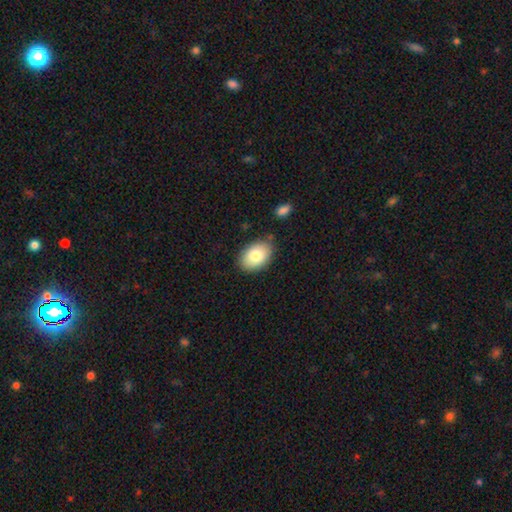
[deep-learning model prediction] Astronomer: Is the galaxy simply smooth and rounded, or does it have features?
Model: smooth — 82%.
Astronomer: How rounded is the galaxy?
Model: in between — 88%.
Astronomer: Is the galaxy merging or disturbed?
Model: none — 80%.